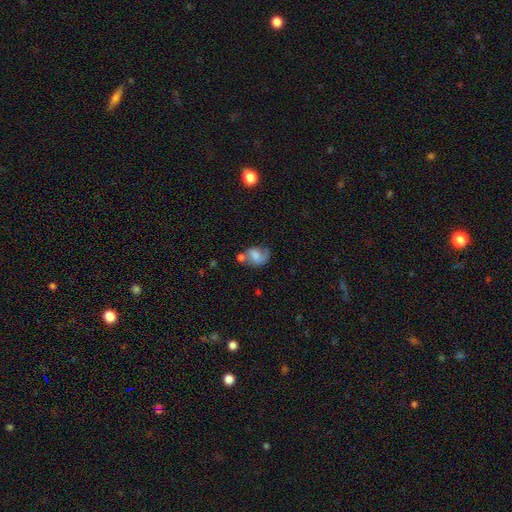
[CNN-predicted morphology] A smooth galaxy with no disk features (49%).

Vote fractions:
- Smooth or featured? smooth: 49% / featured or disk: 41% / star or artifact: 10%
- Merging? none: 39% / minor disturbance: 24% / merger: 21% / major disturbance: 16%